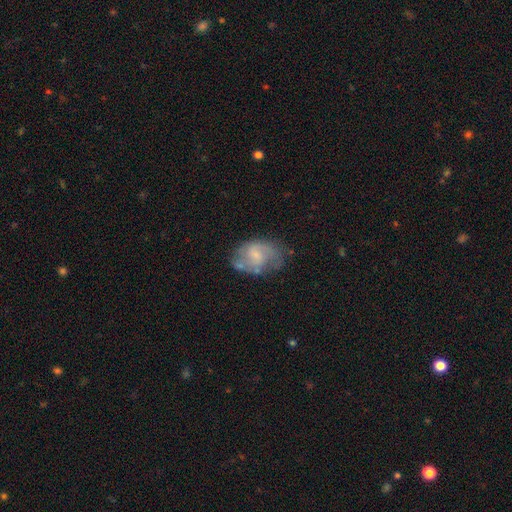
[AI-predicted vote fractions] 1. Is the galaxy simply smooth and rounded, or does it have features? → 62% featured or disk, 31% smooth, 7% star or artifact.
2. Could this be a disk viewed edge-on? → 97% no, 3% yes.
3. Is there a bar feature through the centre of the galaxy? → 48% no, 45% weak, 7% strong.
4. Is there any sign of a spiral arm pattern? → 78% yes, 22% no.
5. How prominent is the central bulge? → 56% small, 25% moderate, 15% none, 2% large, 1% dominant.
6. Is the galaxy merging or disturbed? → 56% none, 26% minor disturbance, 13% major disturbance, 5% merger.